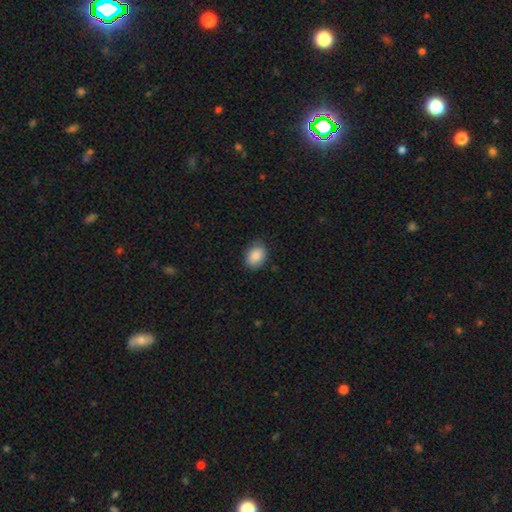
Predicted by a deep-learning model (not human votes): smooth-or-featured: smooth: 87% | star or artifact: 7% | featured or disk: 5%
  how-rounded: in between: 64% | round: 35% | cigar-shaped: 1%
  merging: none: 80% | minor disturbance: 16% | major disturbance: 3% | merger: 1%